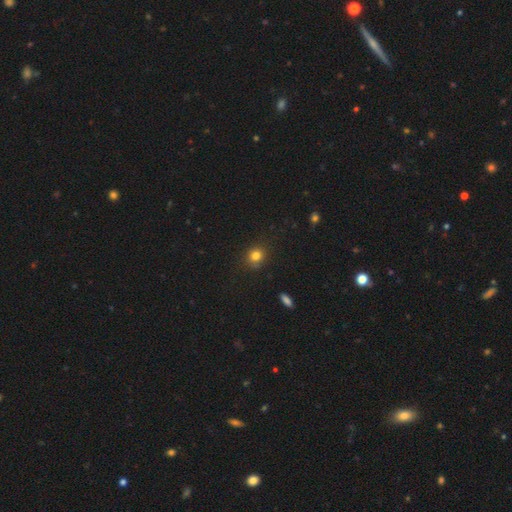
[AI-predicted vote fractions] A smooth galaxy with no disk features (82%) that is round (80%).

Vote fractions:
- Smooth or featured? smooth: 82% / star or artifact: 13% / featured or disk: 6%
- How rounded? round: 80% / in between: 19% / cigar-shaped: 1%
- Merging? none: 86% / minor disturbance: 10% / major disturbance: 2% / merger: 1%